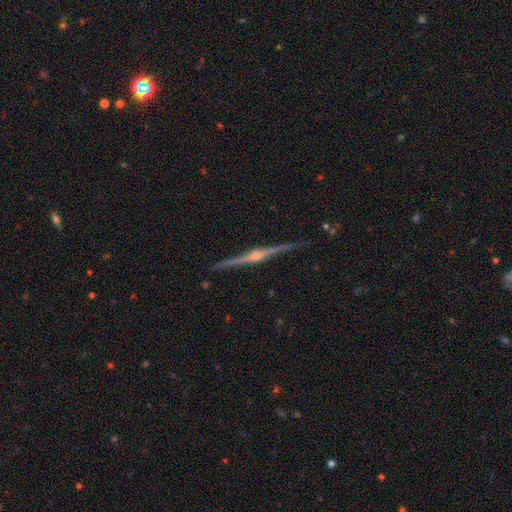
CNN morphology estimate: smooth_or_featured: featured or disk (p=0.90) [alt: smooth p=0.05]
disk_edge_on: yes (p=0.99) [alt: no p=0.01]
edge_on_bulge: rounded (p=0.89) [alt: boxy p=0.06]
merging: none (p=0.90) [alt: minor disturbance p=0.07]